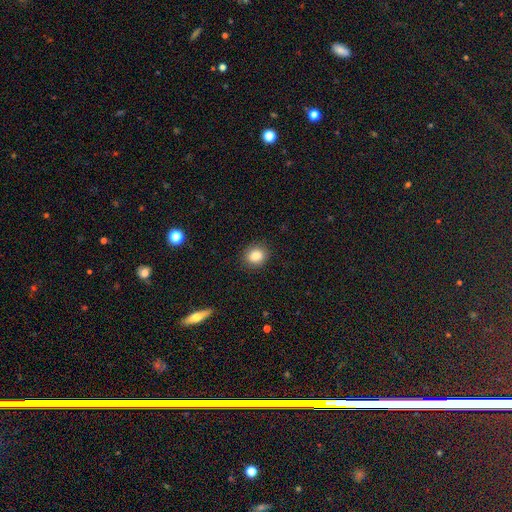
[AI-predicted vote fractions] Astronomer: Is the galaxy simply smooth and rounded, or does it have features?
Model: smooth — 84%.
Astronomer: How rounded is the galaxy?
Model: round — 71%.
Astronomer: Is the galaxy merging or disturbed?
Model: none — 88%.